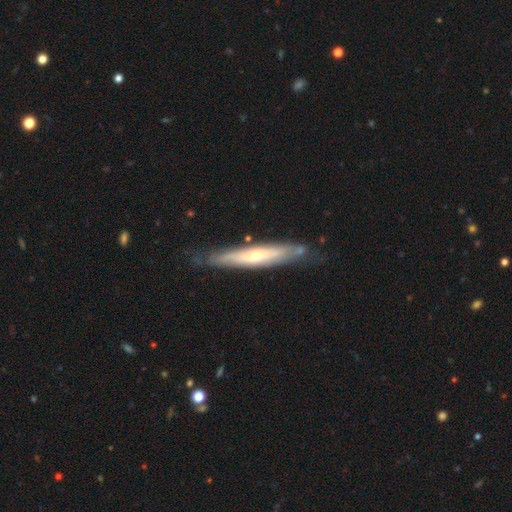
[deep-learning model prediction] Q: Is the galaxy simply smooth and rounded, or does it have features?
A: featured or disk — 64%.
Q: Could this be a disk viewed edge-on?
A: yes — 69%.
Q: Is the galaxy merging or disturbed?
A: none — 75%.